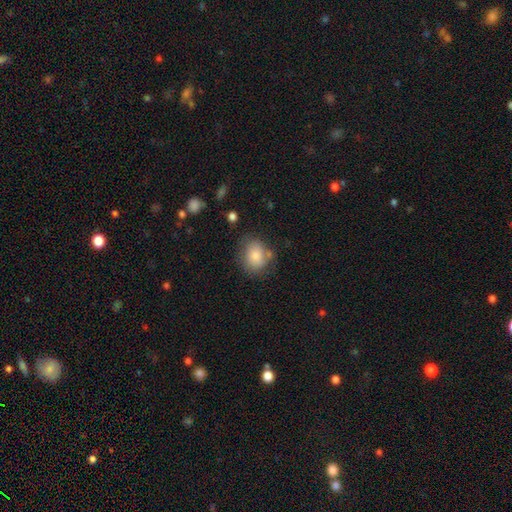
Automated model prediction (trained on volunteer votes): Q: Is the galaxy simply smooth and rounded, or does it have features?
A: smooth — 82%.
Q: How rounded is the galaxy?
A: round — 51%.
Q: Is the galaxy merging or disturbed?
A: none — 65%.